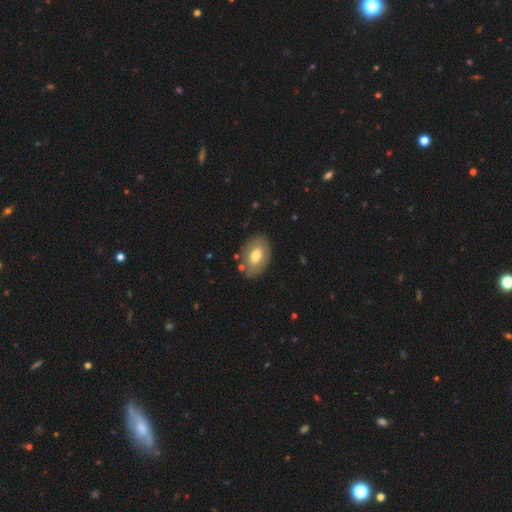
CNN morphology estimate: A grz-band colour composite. It shows a smooth galaxy with no disk features (70%) that is in between round and cigar-shaped (87%). Merging: none (81%).